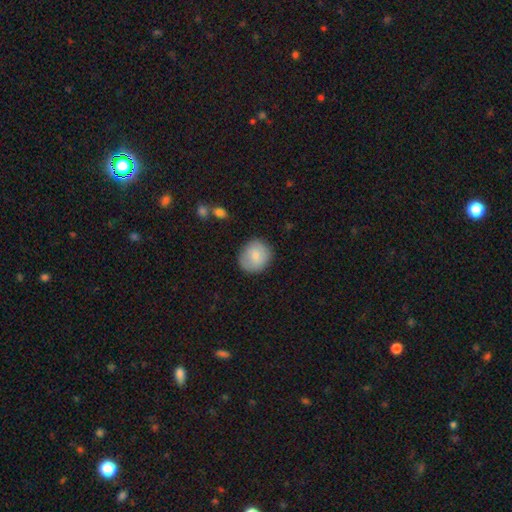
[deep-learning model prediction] Q: Smooth or featured?
A: smooth (81%); runner-up: featured or disk (13%)
Q: How rounded?
A: round (76%); runner-up: in between (23%)
Q: Merging?
A: none (81%); runner-up: minor disturbance (14%)